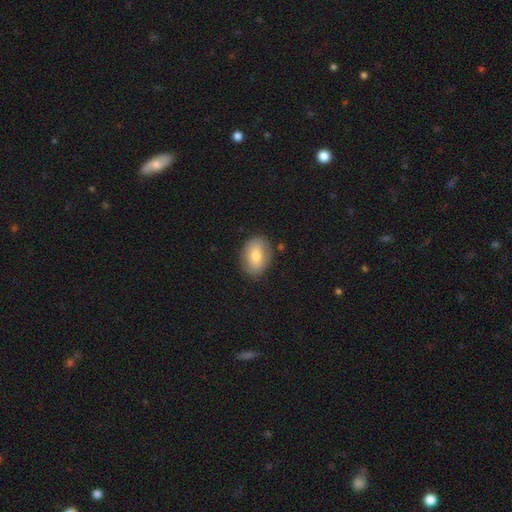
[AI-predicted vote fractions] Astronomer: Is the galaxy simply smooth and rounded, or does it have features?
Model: smooth — 77%.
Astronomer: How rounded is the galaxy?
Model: in between — 79%.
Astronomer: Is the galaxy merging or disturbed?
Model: none — 84%.